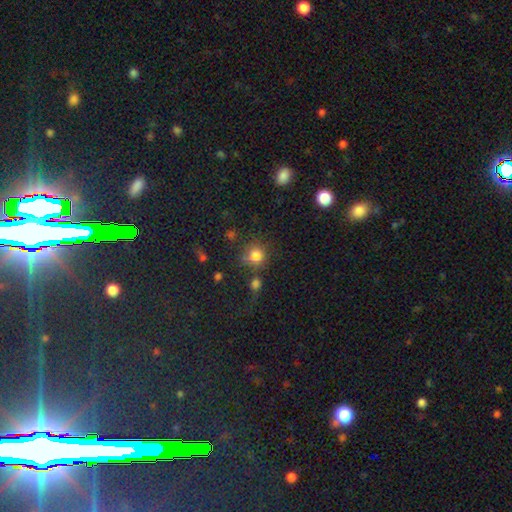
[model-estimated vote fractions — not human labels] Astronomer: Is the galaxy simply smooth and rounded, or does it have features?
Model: smooth — 78%.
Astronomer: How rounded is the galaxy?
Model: round — 85%.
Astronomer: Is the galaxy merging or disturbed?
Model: none — 59%.